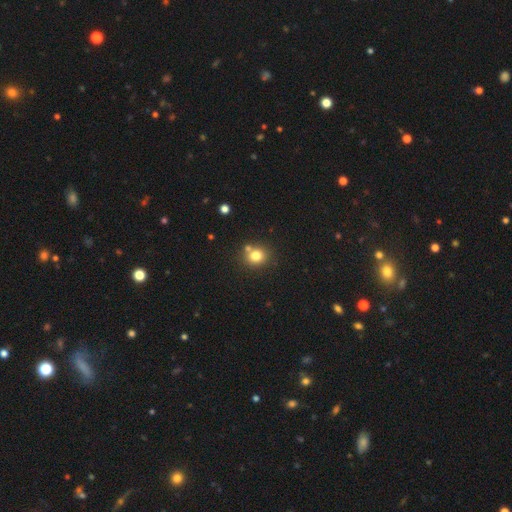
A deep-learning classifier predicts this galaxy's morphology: A smooth galaxy with no disk features (79%) that is round (80%). Merging: none (71%).